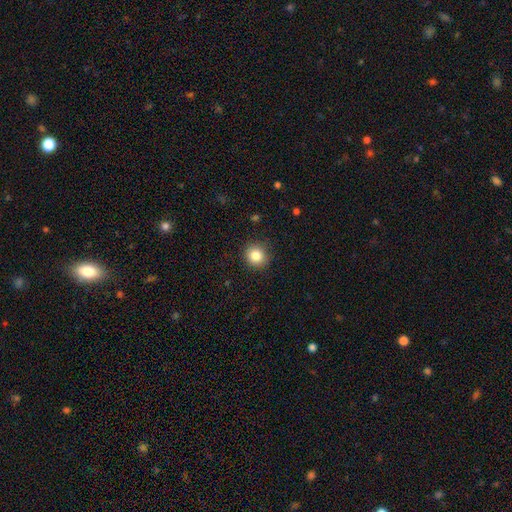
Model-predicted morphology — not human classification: Smooth or featured: smooth — 84% (star or artifact — 10%)
How rounded: round — 90% (in between — 9%)
Merging: none — 89% (minor disturbance — 8%)